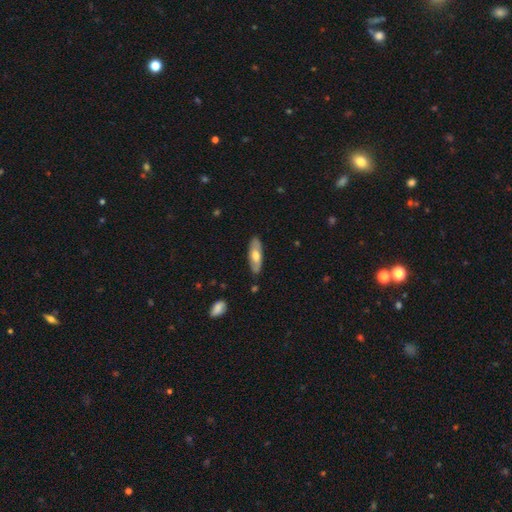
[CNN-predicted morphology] This appears to be a smooth galaxy with no disk features (56%) that is in between round and cigar-shaped (63%). Merging: none (85%).